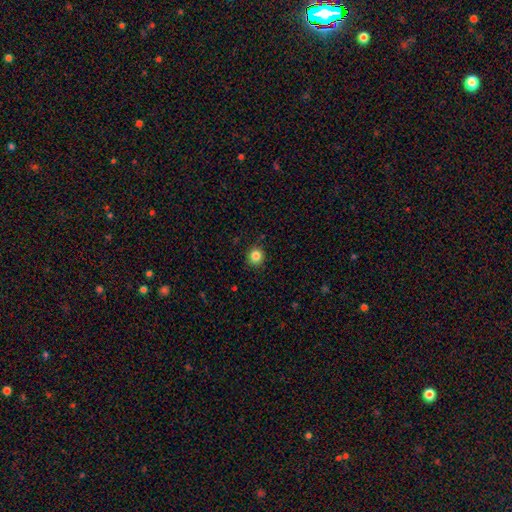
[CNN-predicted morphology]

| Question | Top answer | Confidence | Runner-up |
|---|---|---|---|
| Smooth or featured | smooth | 84% | star or artifact (11%) |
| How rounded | round | 90% | in between (9%) |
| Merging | none | 89% | minor disturbance (7%) |